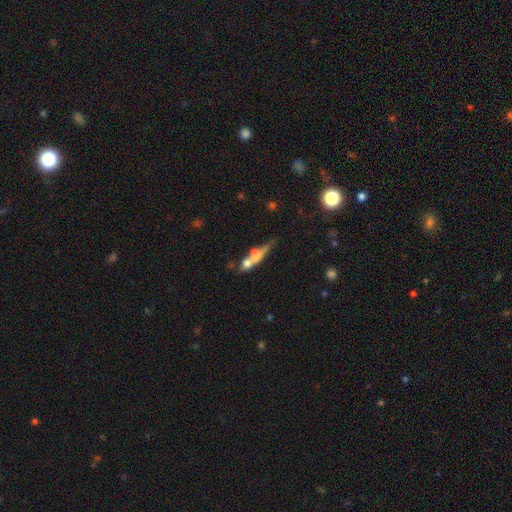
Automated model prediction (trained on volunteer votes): Smooth or featured? smooth (48%)
Merging? none (37%)